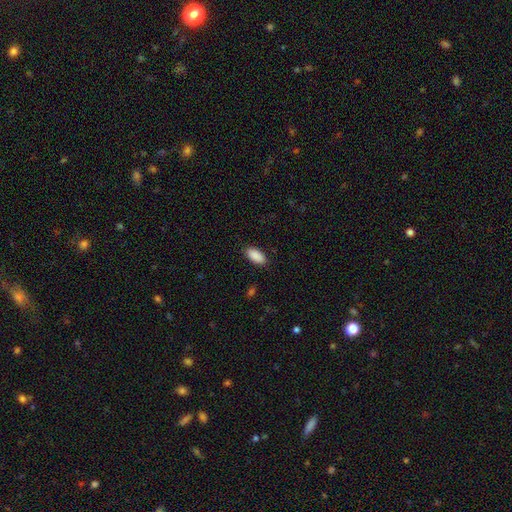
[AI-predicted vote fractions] Smooth or featured: smooth — 91% (star or artifact — 6%)
How rounded: in between — 92% (cigar-shaped — 6%)
Merging: none — 88% (minor disturbance — 9%)